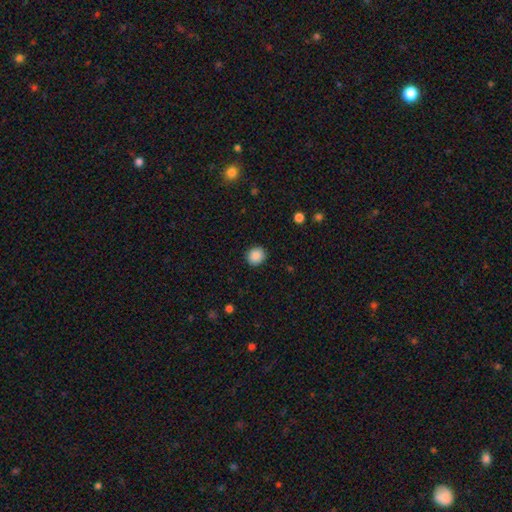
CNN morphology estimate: Q: Smooth or featured?
A: smooth (88%); runner-up: star or artifact (9%)
Q: How rounded?
A: round (85%); runner-up: in between (14%)
Q: Merging?
A: none (91%); runner-up: minor disturbance (6%)